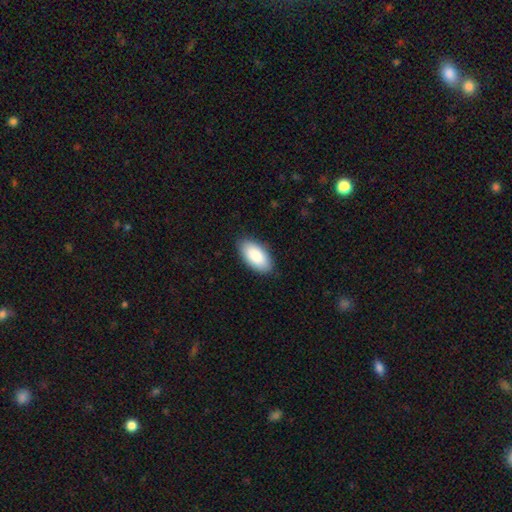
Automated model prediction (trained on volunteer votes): Smooth or featured? smooth (88%)
How rounded? in between (95%)
Merging? none (87%)